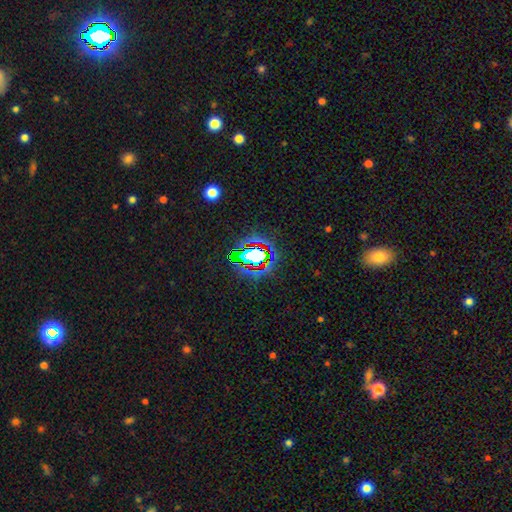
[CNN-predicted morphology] star or artifact 59%, smooth 26%, featured or disk 15%.